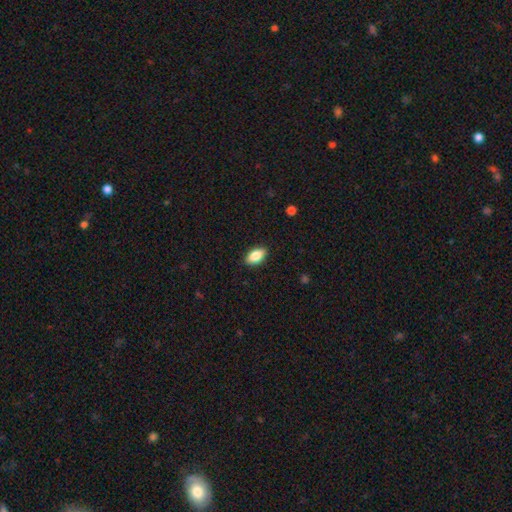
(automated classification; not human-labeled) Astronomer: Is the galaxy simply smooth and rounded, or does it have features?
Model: smooth — 85%.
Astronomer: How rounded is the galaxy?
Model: in between — 91%.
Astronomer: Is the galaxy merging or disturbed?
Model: none — 89%.